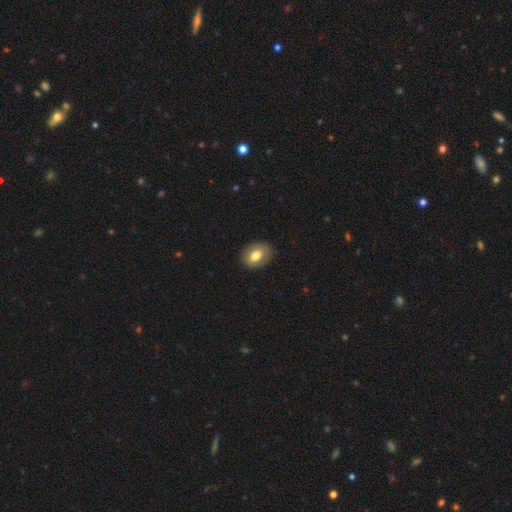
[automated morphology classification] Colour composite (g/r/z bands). It shows a smooth galaxy with no disk features (74%) that is in between round and cigar-shaped (74%). Merging: none (86%).